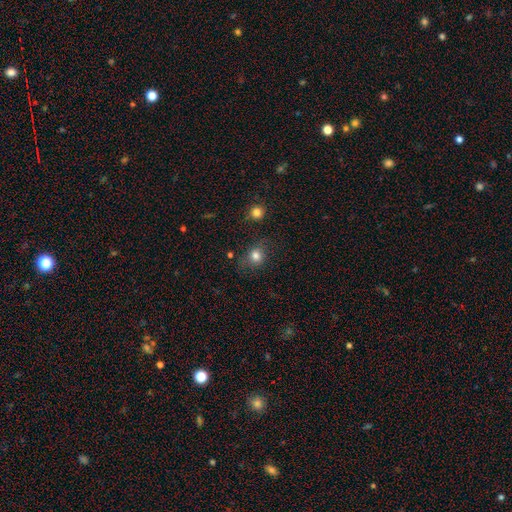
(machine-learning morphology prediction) Smooth or featured: smooth — 79% (star or artifact — 13%)
How rounded: round — 73% (in between — 26%)
Merging: none — 70% (minor disturbance — 19%)